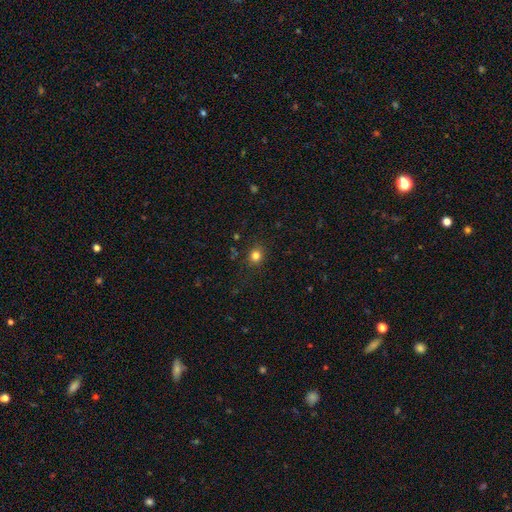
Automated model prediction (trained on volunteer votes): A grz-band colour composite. It shows a smooth galaxy with no disk features (81%) that is round (79%). Merging: none (87%).